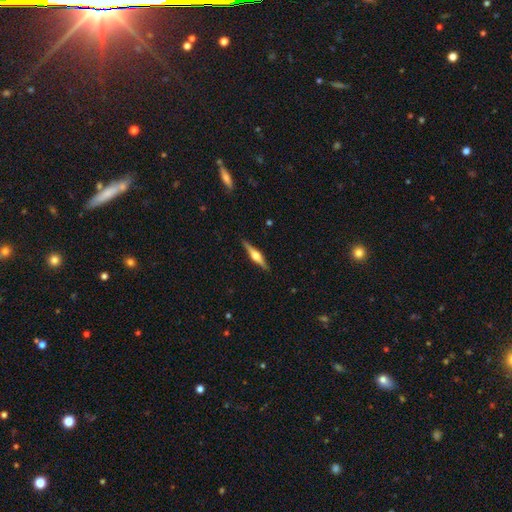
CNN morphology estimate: type=featured or disk (75%); edge-on=yes (98%); edge-on bulge=rounded (92%); merging=none (90%).